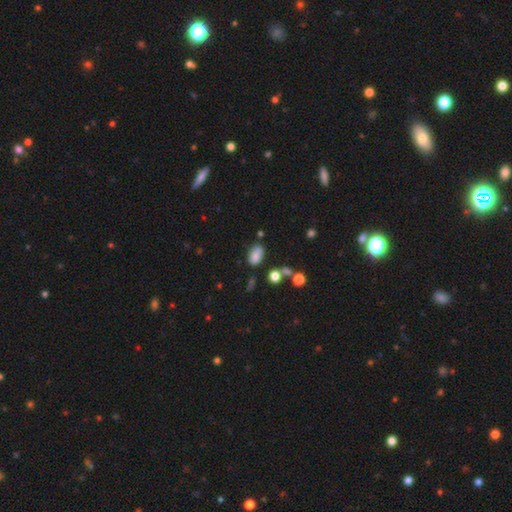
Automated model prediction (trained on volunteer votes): A smooth galaxy with no disk features (80%) that is in between round and cigar-shaped (87%). Merging: none (65%).